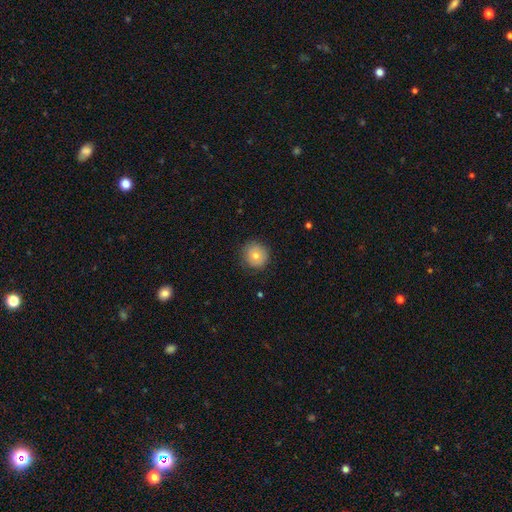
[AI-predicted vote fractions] smooth_or_featured: smooth (p=0.75) [alt: featured or disk p=0.14]
how_rounded: round (p=0.93) [alt: in between p=0.06]
merging: none (p=0.86) [alt: minor disturbance p=0.10]